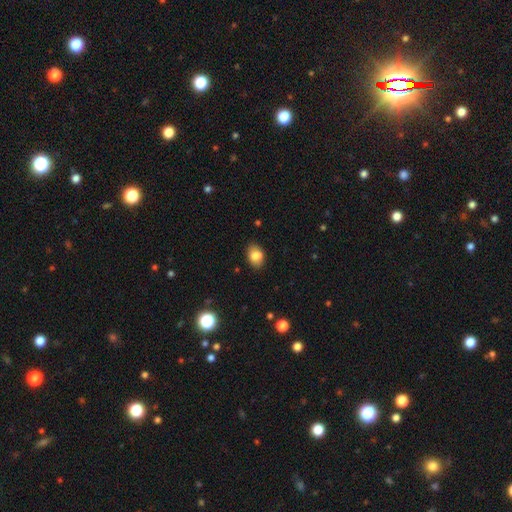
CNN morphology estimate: smooth-or-featured: smooth: 81% | featured or disk: 9% | star or artifact: 9%
  how-rounded: in between: 76% | round: 23% | cigar-shaped: 1%
  merging: none: 81% | minor disturbance: 14% | major disturbance: 3% | merger: 2%